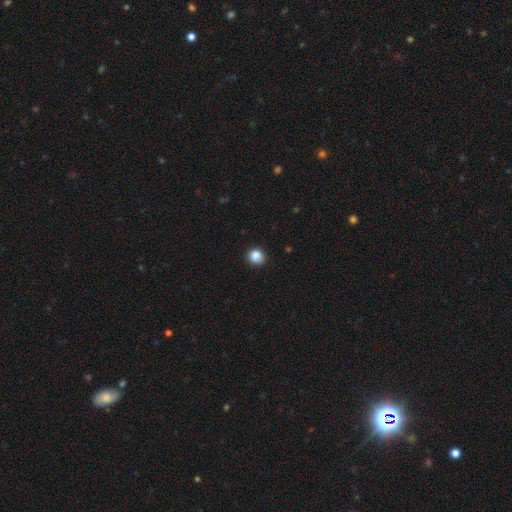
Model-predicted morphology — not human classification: Overall: smooth (87%). How rounded: round (87%). Merging: none (88%).